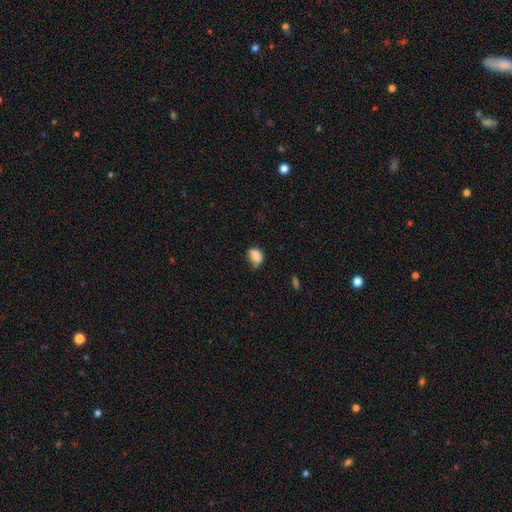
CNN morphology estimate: smooth-or-featured: smooth: 84% | star or artifact: 9% | featured or disk: 7%
  how-rounded: in between: 68% | round: 30% | cigar-shaped: 1%
  merging: none: 52% | minor disturbance: 36% | major disturbance: 9% | merger: 4%